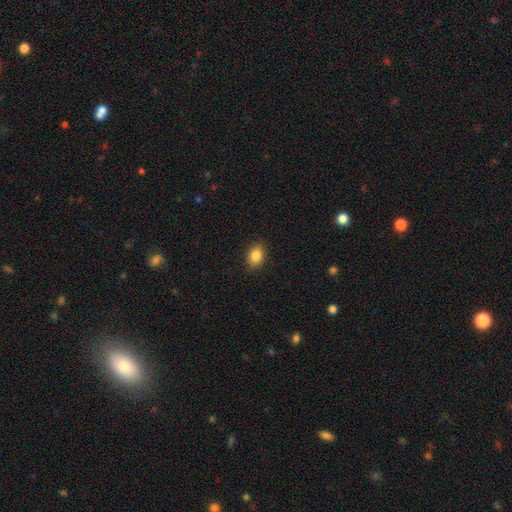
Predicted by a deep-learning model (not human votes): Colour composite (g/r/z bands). It shows a smooth galaxy with no disk features (86%) that is in between round and cigar-shaped (78%). Merging: none (88%).